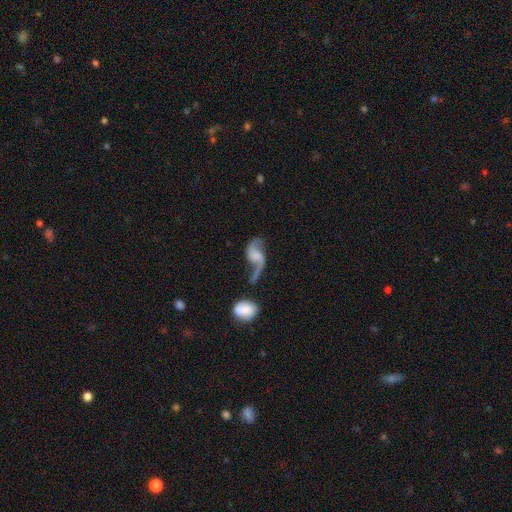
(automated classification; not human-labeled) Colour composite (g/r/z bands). It shows a featured or disk galaxy (84%) with no bar (50%), 2 (90%) loose (87%) spiral arms (94%) and no central bulge (47%). Merging: none (46%).